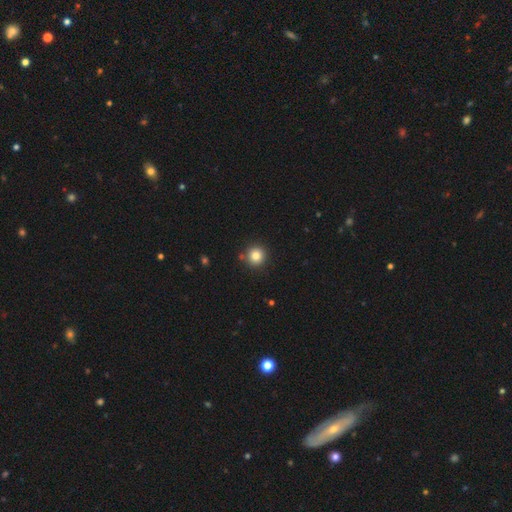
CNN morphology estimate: A smooth galaxy with no disk features (83%) that is round (94%). Merging: none (86%).